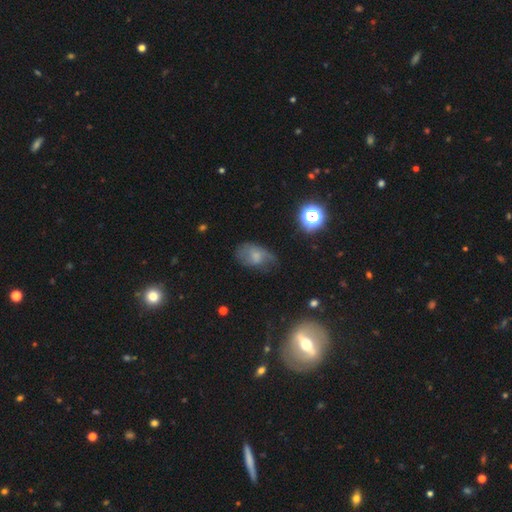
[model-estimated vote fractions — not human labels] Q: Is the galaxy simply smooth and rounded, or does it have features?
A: smooth — 58%.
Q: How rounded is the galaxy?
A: in between — 84%.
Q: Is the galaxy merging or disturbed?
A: none — 41%.